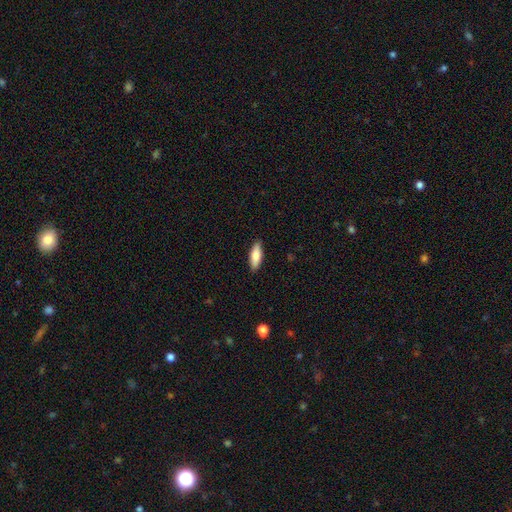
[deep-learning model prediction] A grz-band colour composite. It shows a smooth galaxy with no disk features (80%) that is in between round and cigar-shaped (64%). Merging: none (89%).